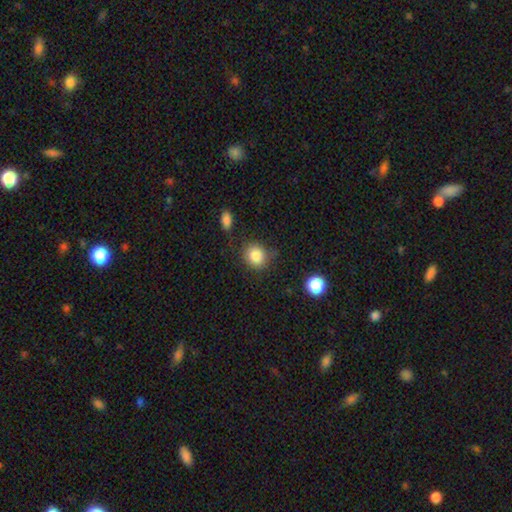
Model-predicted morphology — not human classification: Smooth or featured: smooth — 84% (star or artifact — 10%)
How rounded: round — 76% (in between — 23%)
Merging: none — 73% (minor disturbance — 17%)